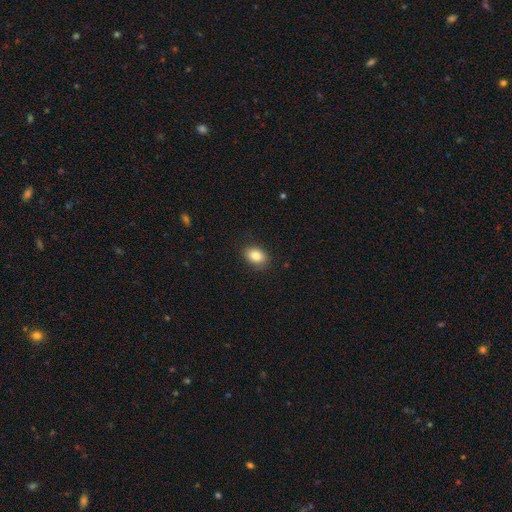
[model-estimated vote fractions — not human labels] Smooth or featured? smooth (84%)
How rounded? in between (75%)
Merging? none (87%)